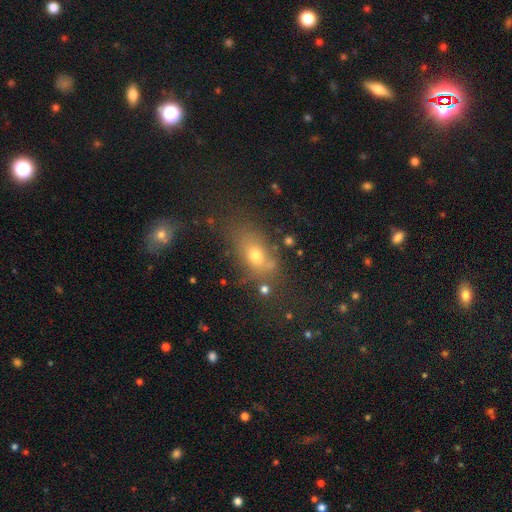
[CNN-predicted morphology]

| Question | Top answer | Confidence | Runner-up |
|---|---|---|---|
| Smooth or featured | smooth | 66% | star or artifact (17%) |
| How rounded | in between | 73% | round (21%) |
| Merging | none | 58% | minor disturbance (20%) |